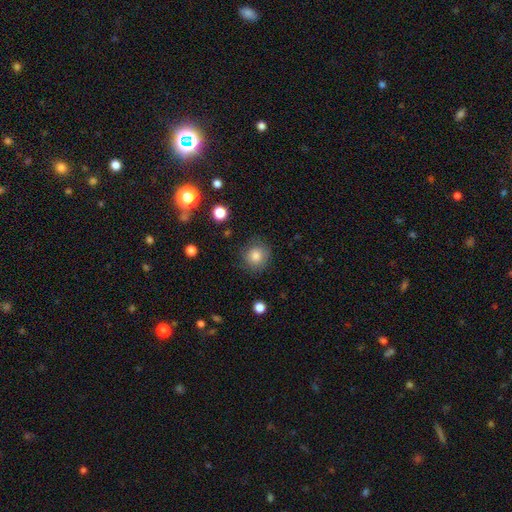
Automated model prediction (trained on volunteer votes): Overall: smooth (82%). How rounded: round (91%). Merging: none (83%).